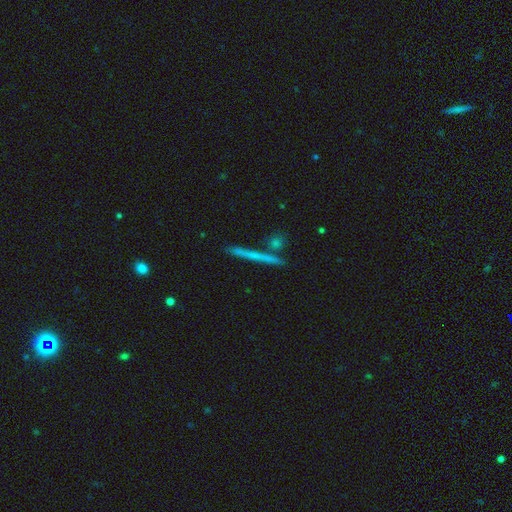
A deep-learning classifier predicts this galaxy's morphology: Smooth or featured? smooth (46%, tied with featured or disk)
Merging? none (84%)